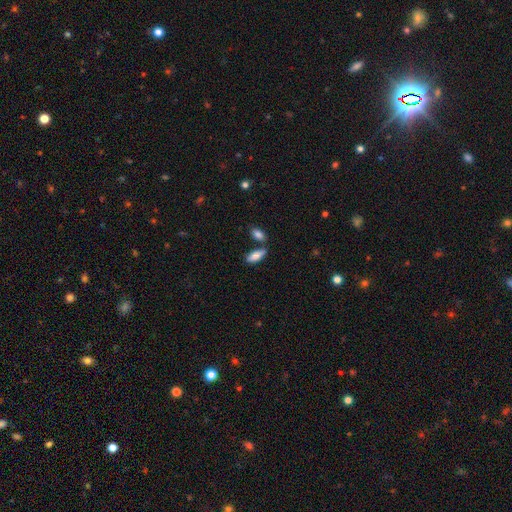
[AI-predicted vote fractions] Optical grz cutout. It shows a smooth galaxy with no disk features (82%) that is in between round and cigar-shaped (73%). Merging: none (64%).